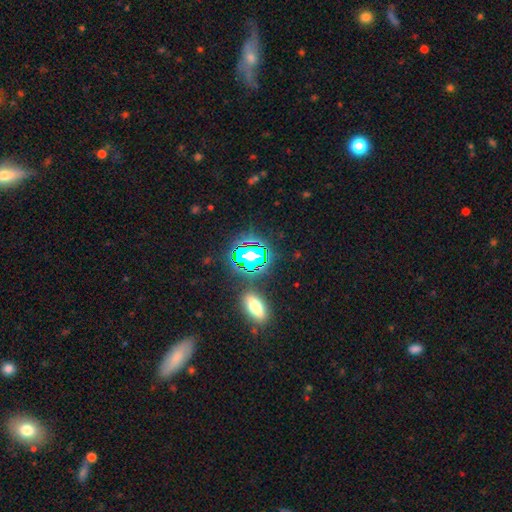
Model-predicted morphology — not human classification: This is likely a star or artifact rather than a galaxy (65%).